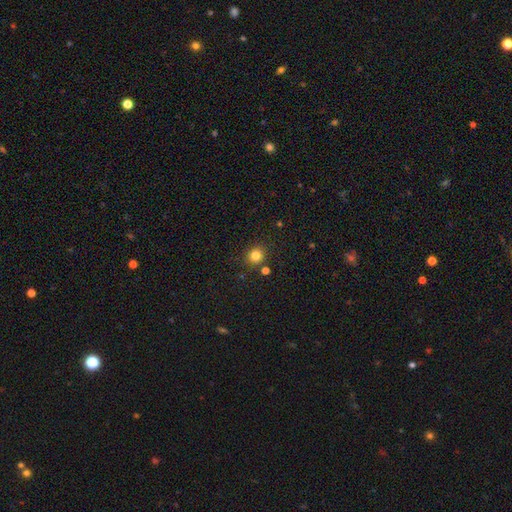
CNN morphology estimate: A smooth galaxy with no disk features (81%) that is round (85%). Merging: none (83%).